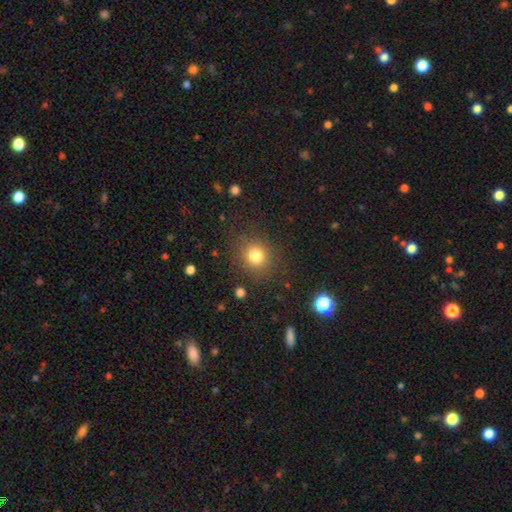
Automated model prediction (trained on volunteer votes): This is likely a smooth galaxy (79%). How rounded: clearly round (84%). Merging: clearly none (85%).